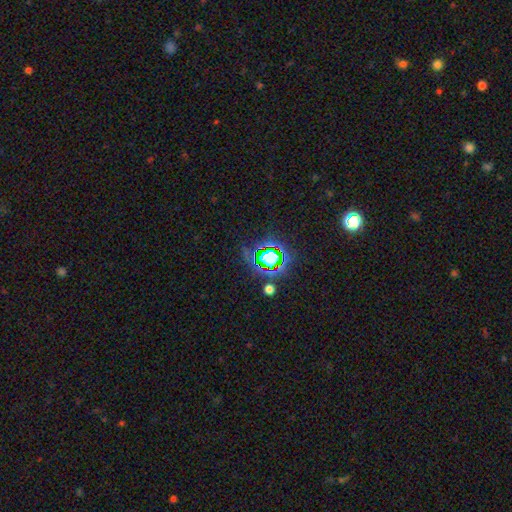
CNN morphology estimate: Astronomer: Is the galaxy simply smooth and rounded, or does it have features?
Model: star or artifact — 76%.